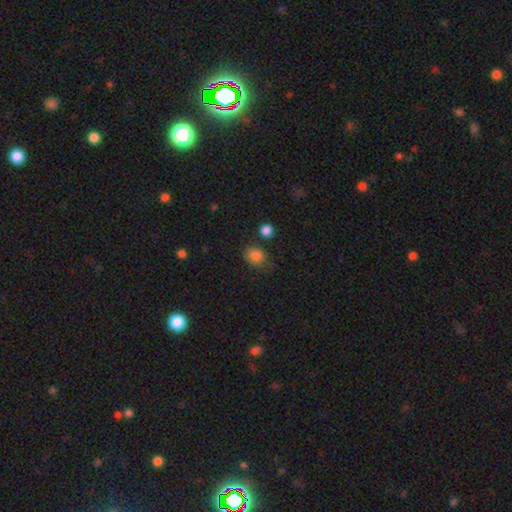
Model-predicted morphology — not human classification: A smooth galaxy with no disk features (84%) that is round (52%). Merging: none (68%).